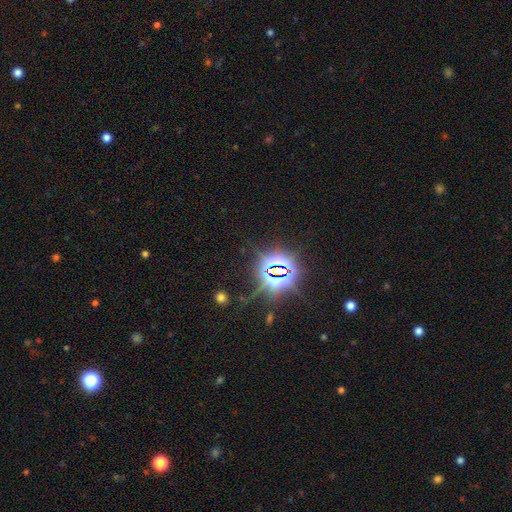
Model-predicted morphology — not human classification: The model was most divided on "smooth or featured": star or artifact: 83%, smooth: 11%, featured or disk: 7%.